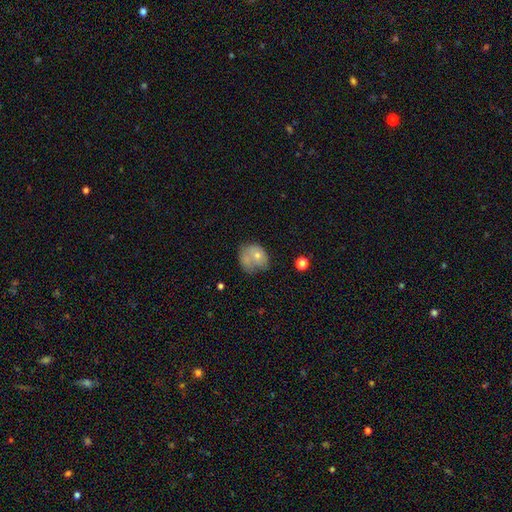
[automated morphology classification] Overall: smooth (65%; featured or disk 26%). How rounded: round (57%; in between 42%). Merging: none (31%; minor disturbance 27%).